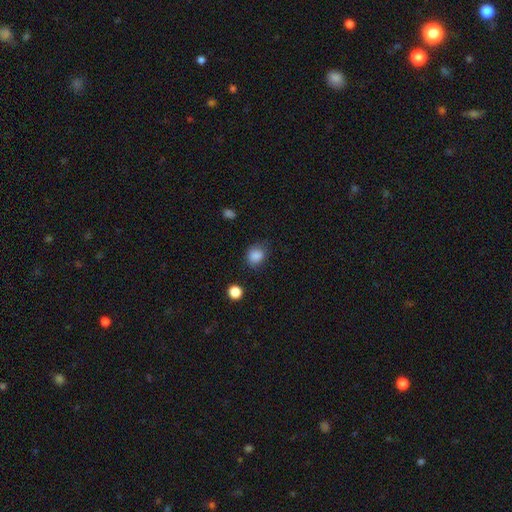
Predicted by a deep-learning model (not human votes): Morphology: type=smooth (86%); roundness=round (57%); merging=none (71%).